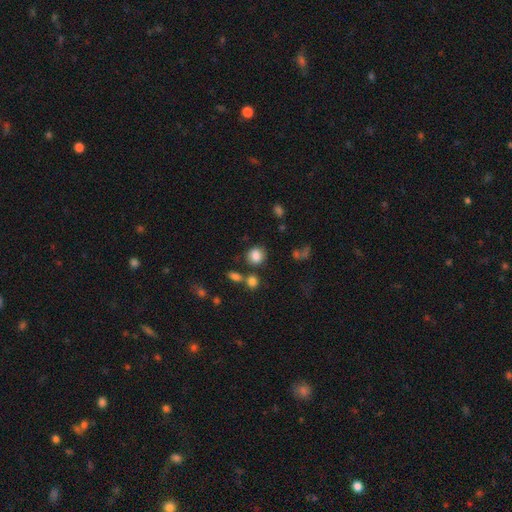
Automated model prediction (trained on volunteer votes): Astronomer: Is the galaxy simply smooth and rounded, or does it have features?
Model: smooth — 82%.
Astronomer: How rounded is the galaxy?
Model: round — 71%.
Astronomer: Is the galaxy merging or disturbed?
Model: none — 73%.